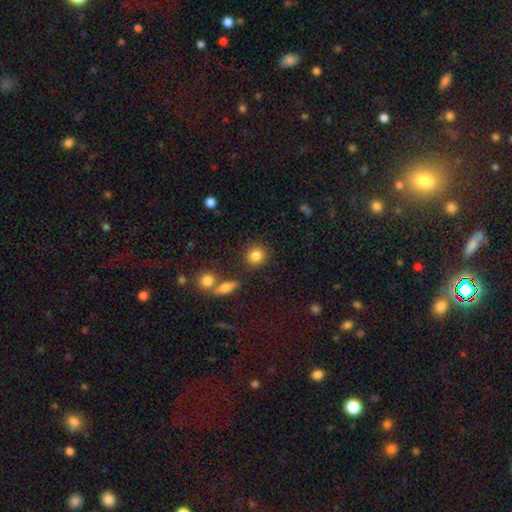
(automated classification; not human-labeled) Smooth or featured? smooth (84%)
How rounded? round (87%)
Merging? none (84%)